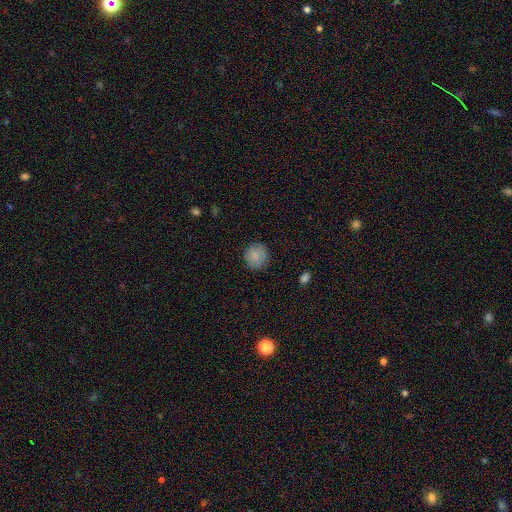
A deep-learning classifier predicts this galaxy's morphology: Smooth or featured? Predicted: smooth (p=0.86). How rounded? Predicted: round (p=0.91). Merging? Predicted: none (p=0.87).